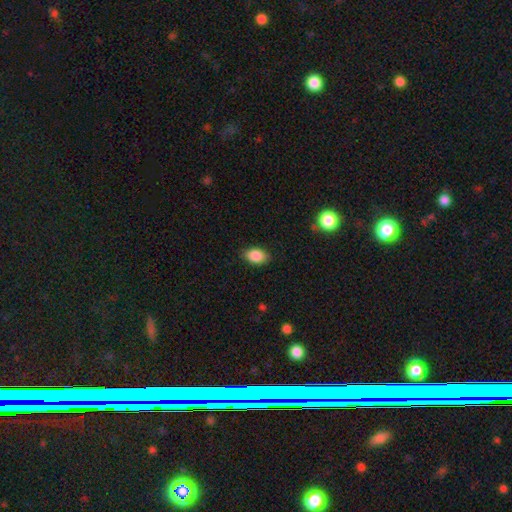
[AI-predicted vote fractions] smooth 88%, star or artifact 8%, featured or disk 5%. Down the decision tree: how rounded — in between (87%); merging — none (84%).